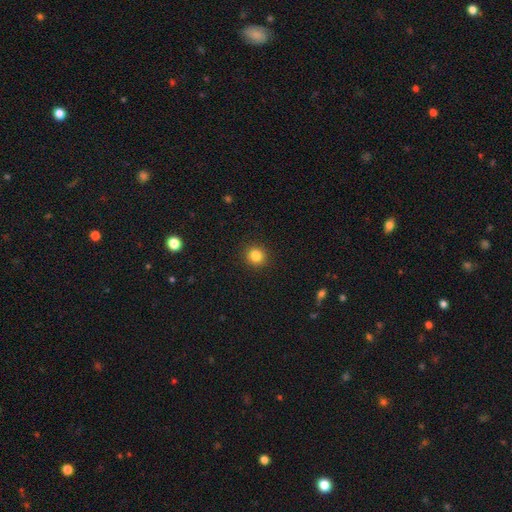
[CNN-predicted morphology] Overall: smooth (84%). How rounded: round (92%). Merging: none (92%).